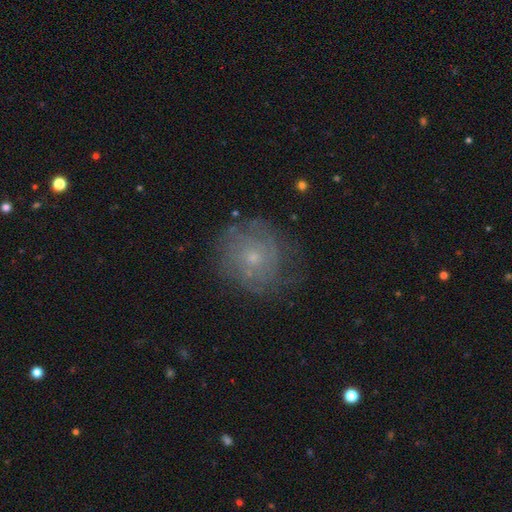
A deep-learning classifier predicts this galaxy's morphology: Smooth or featured?
  - featured or disk: 44% *
  - smooth: 38%
  - star or artifact: 19%
Merging?
  - none: 76% *
  - minor disturbance: 16%
  - major disturbance: 8%
  - merger: 1%